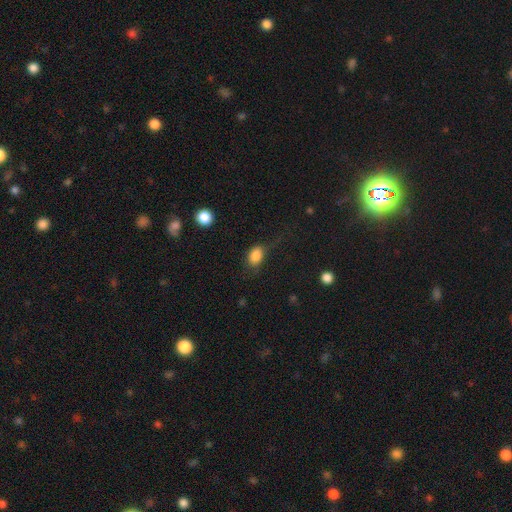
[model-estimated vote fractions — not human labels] smooth_or_featured: smooth (p=0.84) [alt: star or artifact p=0.09]
how_rounded: in between (p=0.80) [alt: round p=0.19]
merging: none (p=0.59) [alt: minor disturbance p=0.23]